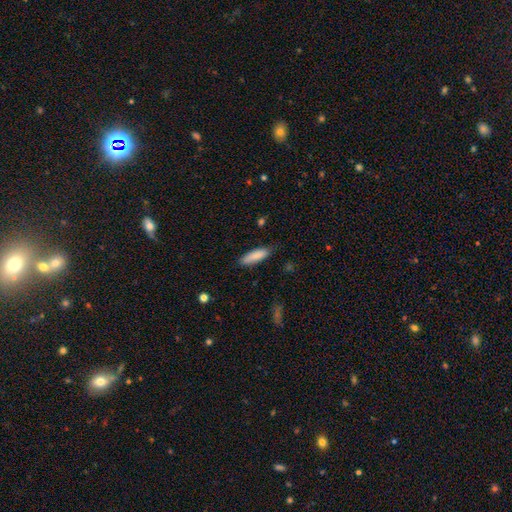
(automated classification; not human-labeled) Overall: smooth (88%). How rounded: cigar-shaped (54%; in between 45%). Merging: none (82%).